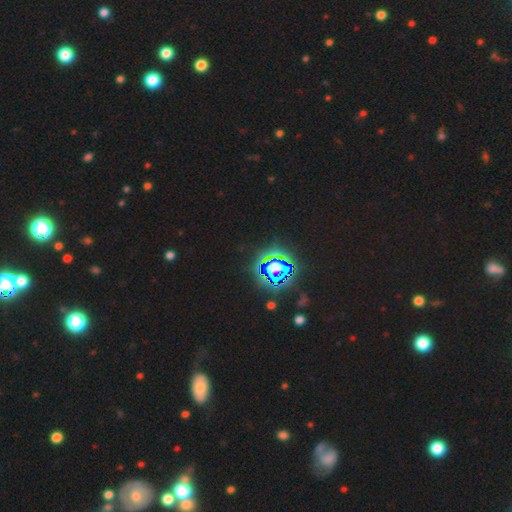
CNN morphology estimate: Smooth or featured? Predicted: star or artifact (p=0.80).